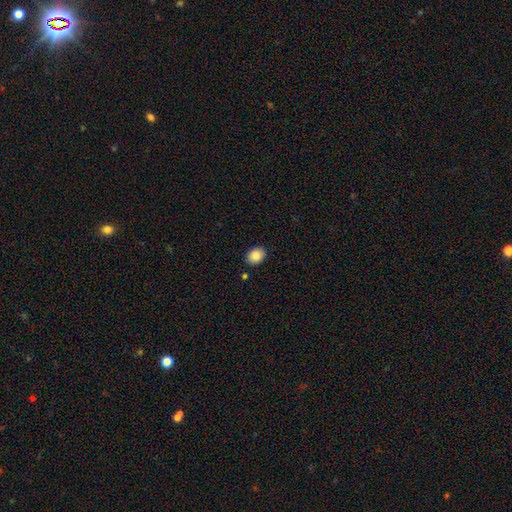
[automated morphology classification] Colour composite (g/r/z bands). It shows a smooth galaxy with no disk features (88%) that is in between round and cigar-shaped (68%). Merging: none (87%).